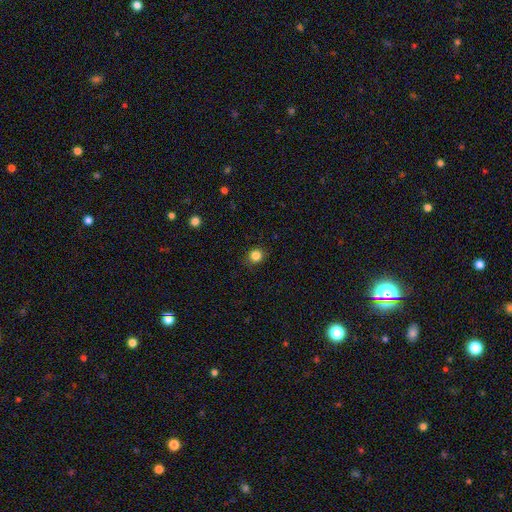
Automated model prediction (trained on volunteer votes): Smooth or featured? smooth (84%)
How rounded? round (89%)
Merging? none (88%)